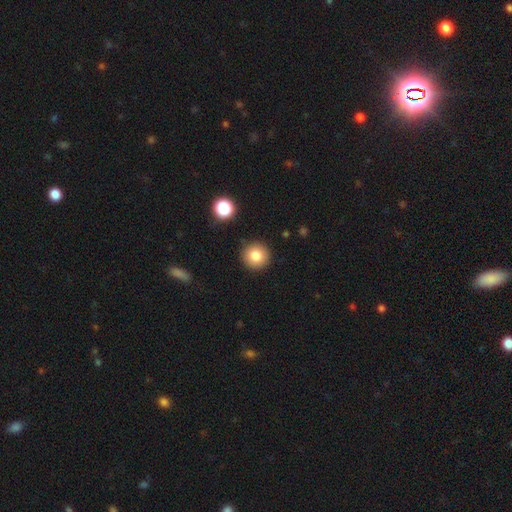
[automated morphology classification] smooth-or-featured: smooth: 82% | star or artifact: 10% | featured or disk: 8%
  how-rounded: round: 95% | in between: 4% | cigar-shaped: 1%
  merging: none: 90% | minor disturbance: 6% | major disturbance: 2% | merger: 2%